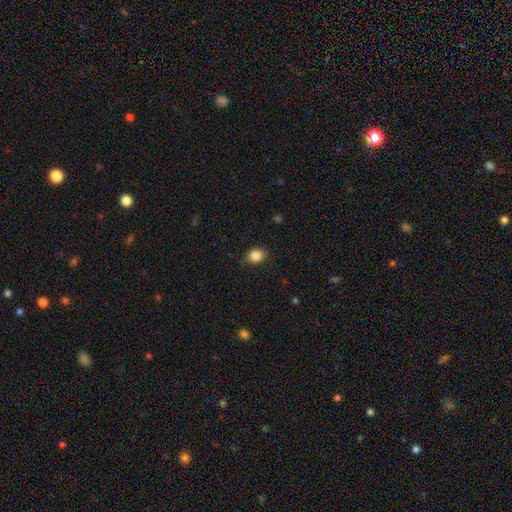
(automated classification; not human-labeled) This is clearly a smooth galaxy (86%). How rounded: possibly in between (51%). Merging: clearly none (86%).